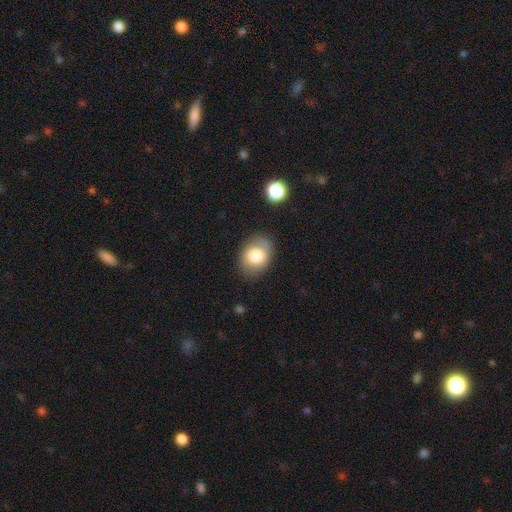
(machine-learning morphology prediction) type=smooth (77%); roundness=in between (69%); merging=none (77%).